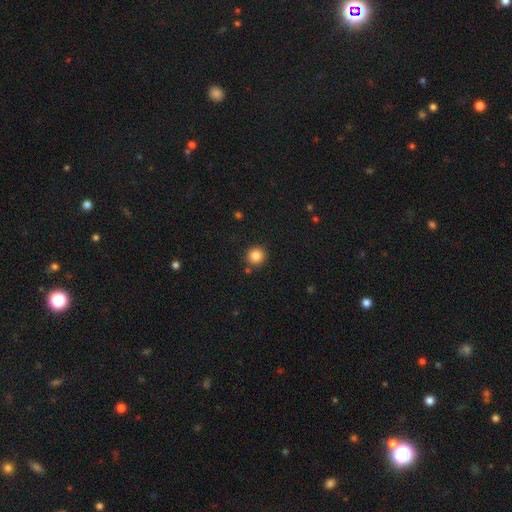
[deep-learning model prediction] Smooth or featured? smooth (84%)
How rounded? round (94%)
Merging? none (88%)